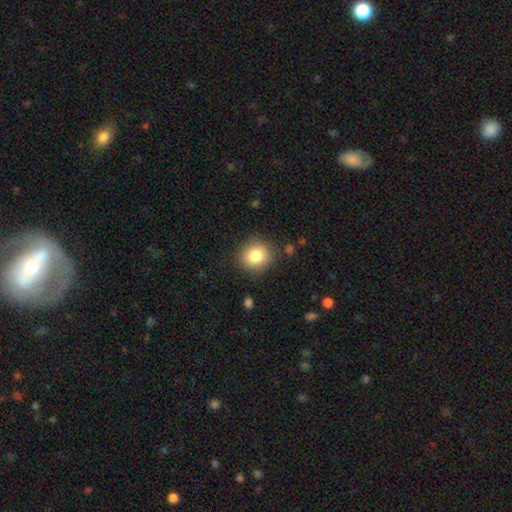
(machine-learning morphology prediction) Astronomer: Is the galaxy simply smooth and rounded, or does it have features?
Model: smooth — 83%.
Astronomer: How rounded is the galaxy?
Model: round — 81%.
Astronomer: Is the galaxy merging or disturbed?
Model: none — 86%.